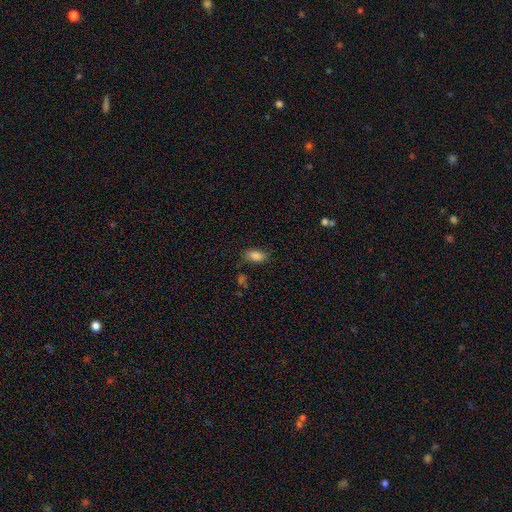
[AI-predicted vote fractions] A smooth galaxy with no disk features (85%) that is in between round and cigar-shaped (91%). Merging: none (74%).